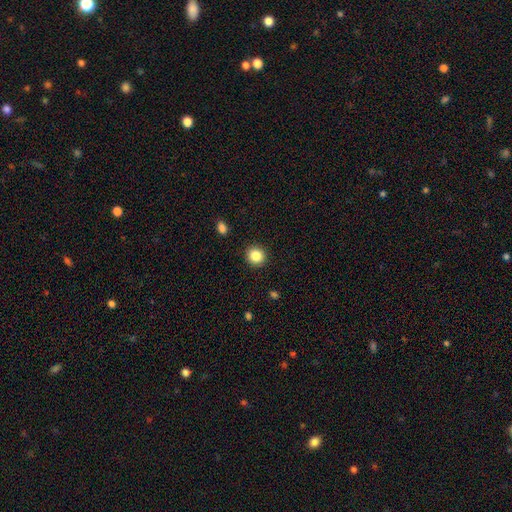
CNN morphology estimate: type=smooth (85%); roundness=round (87%); merging=none (91%).